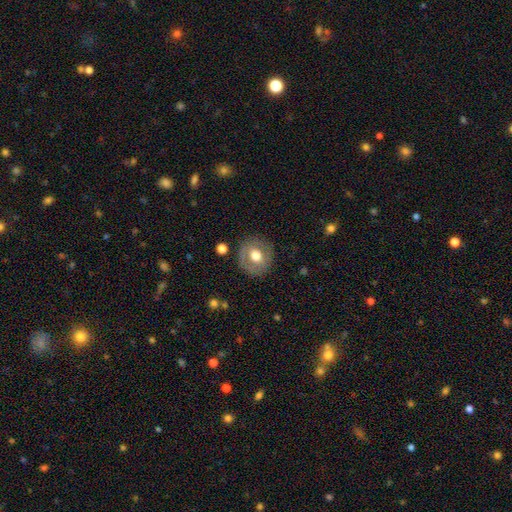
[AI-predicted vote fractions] Smooth or featured? Predicted: smooth (p=0.59). How rounded? Predicted: round (p=0.85). Merging? Predicted: none (p=0.82).